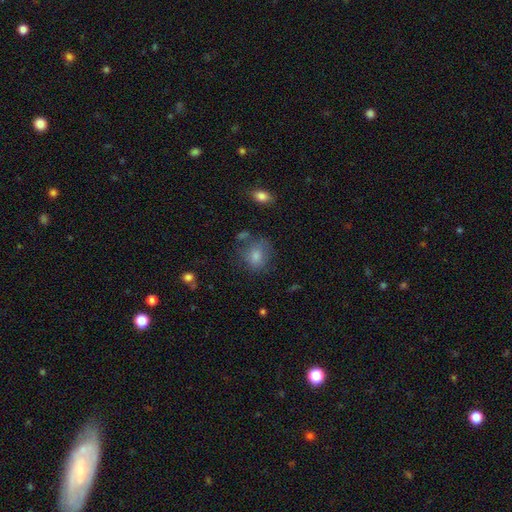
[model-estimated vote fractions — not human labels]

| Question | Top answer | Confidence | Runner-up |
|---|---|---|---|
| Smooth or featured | smooth | 69% | star or artifact (16%) |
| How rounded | round | 65% | in between (34%) |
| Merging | none | 65% | minor disturbance (20%) |